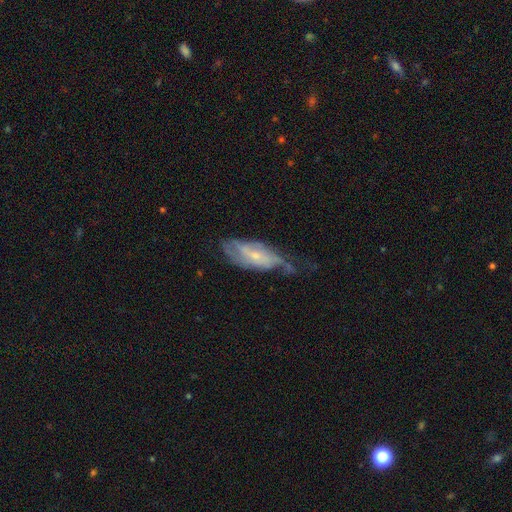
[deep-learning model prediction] Smooth or featured: featured or disk — 69% (smooth — 24%)
Edge-on disk: no — 87% (yes — 13%)
Bar: no — 58% (weak — 33%)
Spiral arms: yes — 79% (no — 21%)
Bulge size: small — 66% (moderate — 28%)
Merging: none — 39% (minor disturbance — 33%)